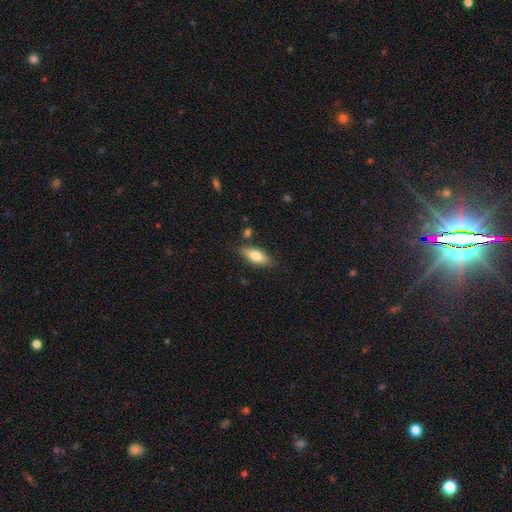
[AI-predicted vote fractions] Overall: smooth (75%). How rounded: in between (78%). Merging: none (80%).